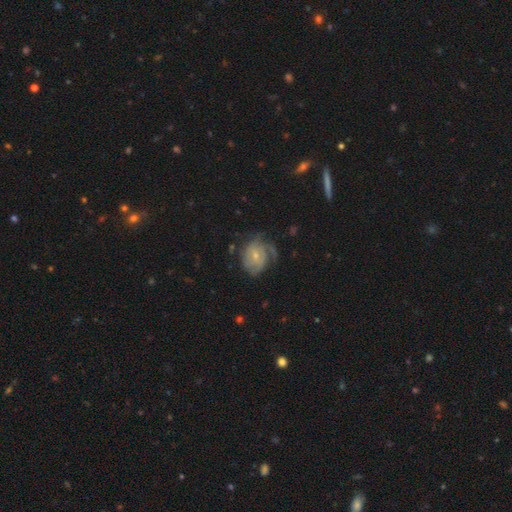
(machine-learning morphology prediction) This is likely a featured or disk galaxy (67%). It is clearly not viewed edge-on (97%). Bar: likely no (71%). Spiral arm pattern: clearly yes (84%). Spiral arm count: marginally can't tell (40%). Spiral winding: possibly tight (52%). Central bulge: likely small (66%). Merging: possibly none (47%).